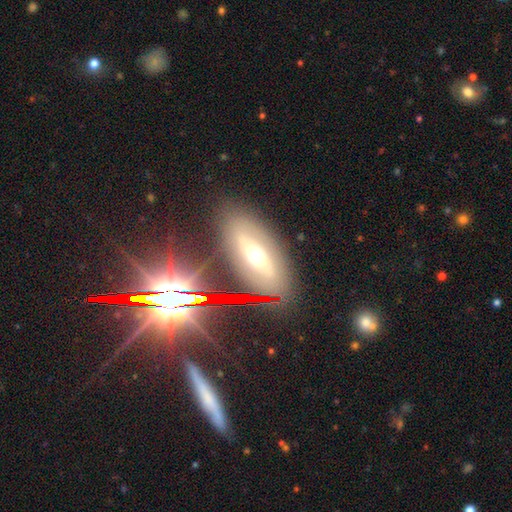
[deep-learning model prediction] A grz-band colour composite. It shows a featured or disk galaxy (48%). Merging: none (78%).